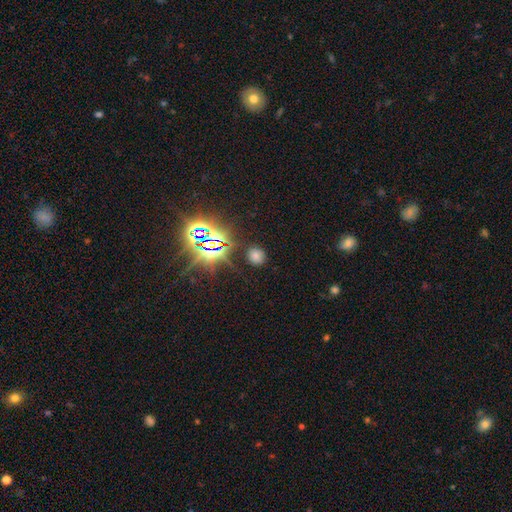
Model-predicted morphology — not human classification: Overall: smooth (60%; star or artifact 32%). How rounded: round (78%). Merging: none (85%).